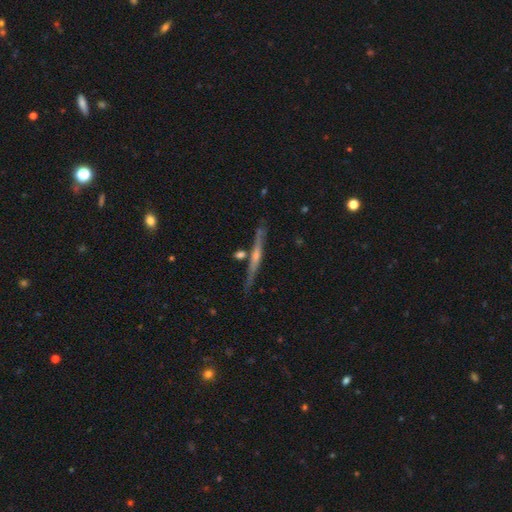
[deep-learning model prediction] A featured or disk galaxy (70%) viewed edge-on (96%) with a rounded central bulge (59%).

Vote fractions:
- Smooth or featured? featured or disk: 70% / smooth: 23% / star or artifact: 7%
- Edge-on disk? yes: 96% / no: 4%
- Edge-on bulge? rounded: 59% / none: 35% / boxy: 6%
- Merging? none: 81% / minor disturbance: 11% / merger: 5% / major disturbance: 2%